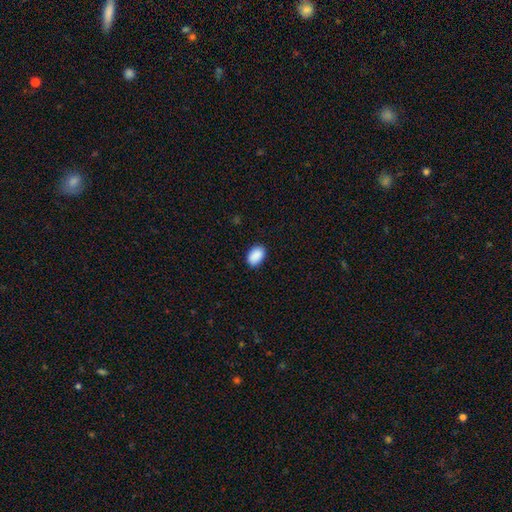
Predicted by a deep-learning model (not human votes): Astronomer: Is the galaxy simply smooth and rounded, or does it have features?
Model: smooth — 91%.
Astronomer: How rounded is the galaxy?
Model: in between — 87%.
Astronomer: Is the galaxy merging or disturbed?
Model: none — 87%.